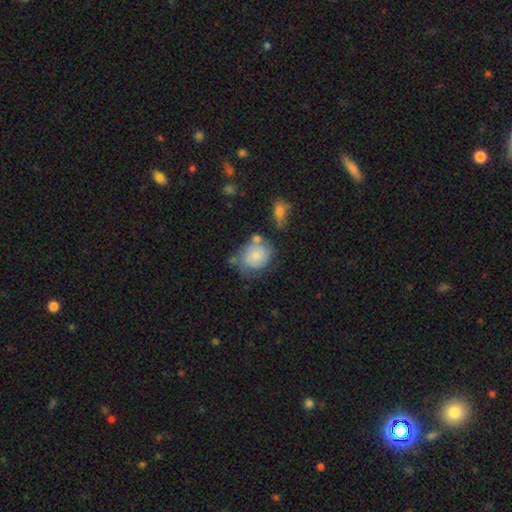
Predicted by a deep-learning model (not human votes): Morphology: type=smooth (65%); roundness=round (62%); merging=none (47%).